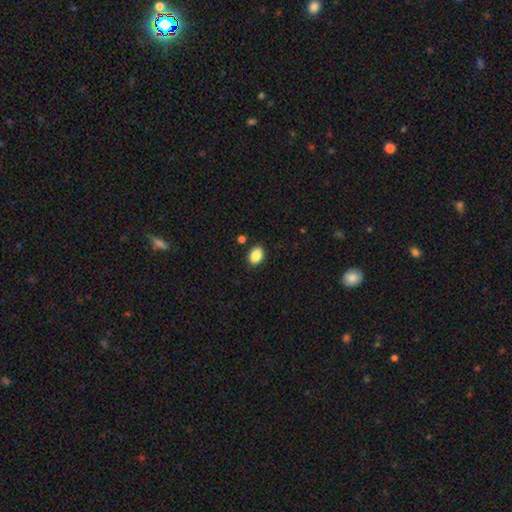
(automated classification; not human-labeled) Smooth or featured?
  - smooth: 87% *
  - star or artifact: 8%
  - featured or disk: 4%
How rounded?
  - in between: 75% *
  - round: 24%
  - cigar-shaped: 1%
Merging?
  - none: 86% *
  - minor disturbance: 9%
  - merger: 3%
  - major disturbance: 2%